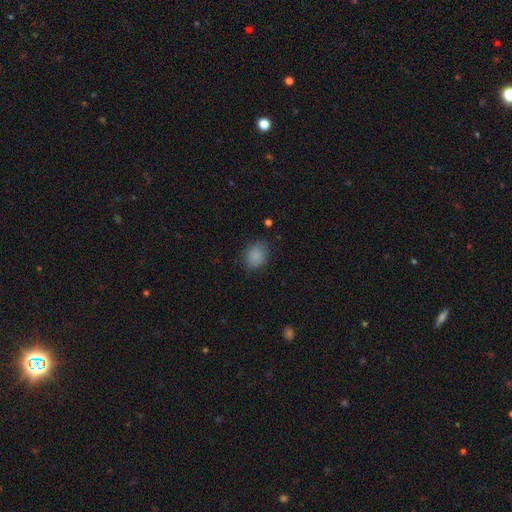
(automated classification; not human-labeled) Smooth or featured: smooth — 86% (star or artifact — 10%)
How rounded: round — 64% (in between — 35%)
Merging: none — 80% (minor disturbance — 15%)